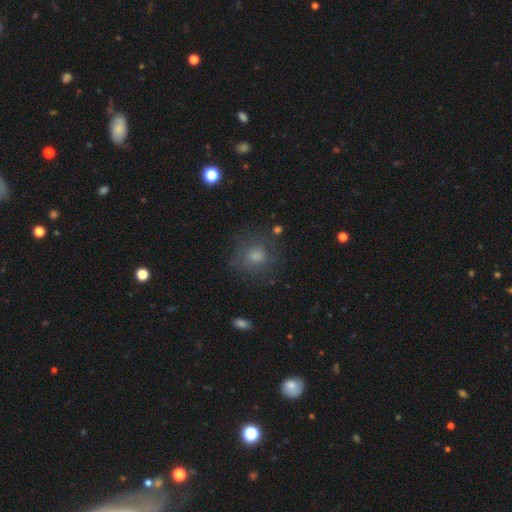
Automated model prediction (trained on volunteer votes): smooth-or-featured: smooth: 63% | star or artifact: 21% | featured or disk: 15%
  how-rounded: round: 87% | in between: 12% | cigar-shaped: 1%
  merging: none: 79% | minor disturbance: 13% | major disturbance: 7% | merger: 2%